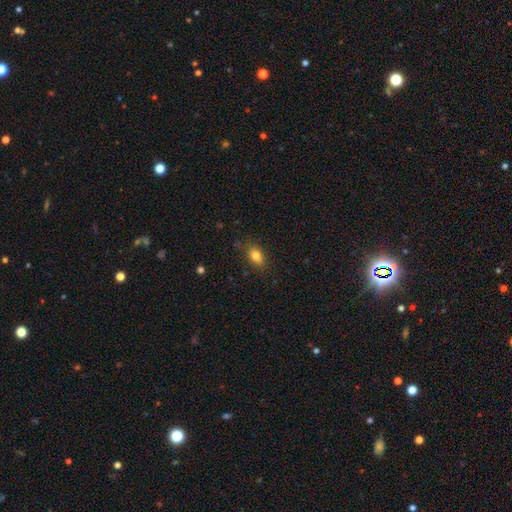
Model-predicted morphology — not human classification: This appears to be a smooth galaxy with no disk features (82%) that is in between round and cigar-shaped (83%). Merging: none (80%).